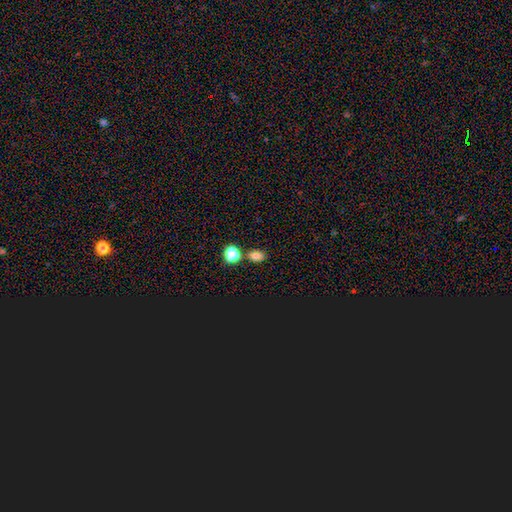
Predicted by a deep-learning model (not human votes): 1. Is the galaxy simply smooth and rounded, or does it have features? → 74% smooth, 19% star or artifact, 6% featured or disk.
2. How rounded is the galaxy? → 65% in between, 34% round, 1% cigar-shaped.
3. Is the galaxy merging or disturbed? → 76% none, 11% merger, 10% minor disturbance, 3% major disturbance.